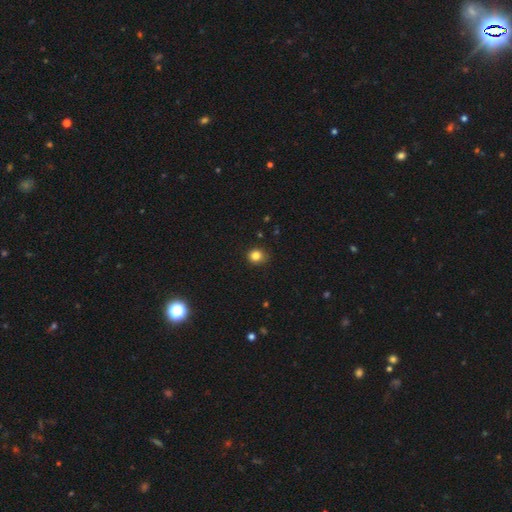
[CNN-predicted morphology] This appears to be a smooth galaxy with no disk features (82%) that is round (80%). Merging: none (80%).